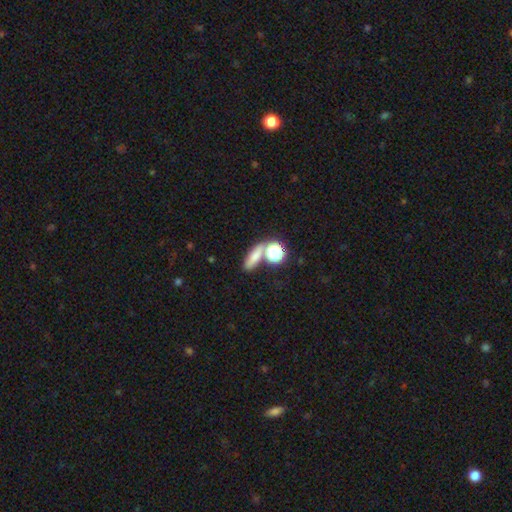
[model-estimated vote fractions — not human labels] smooth_or_featured: smooth (p=0.69) [alt: star or artifact p=0.18]
how_rounded: in between (p=0.42) [alt: cigar-shaped p=0.33]
merging: none (p=0.60) [alt: merger p=0.23]